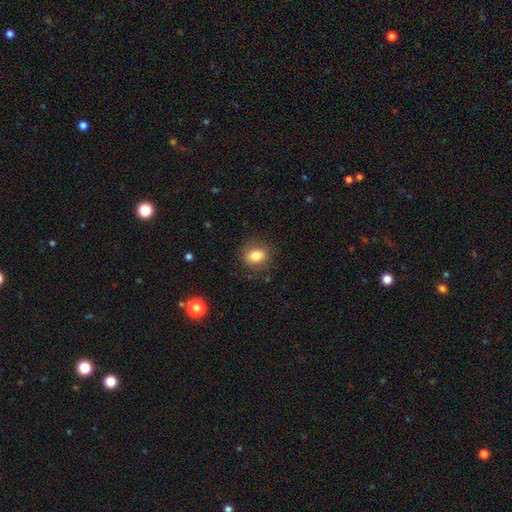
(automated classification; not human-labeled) Q: Smooth or featured?
A: smooth (82%); runner-up: star or artifact (9%)
Q: How rounded?
A: in between (54%); runner-up: round (45%)
Q: Merging?
A: none (84%); runner-up: minor disturbance (11%)